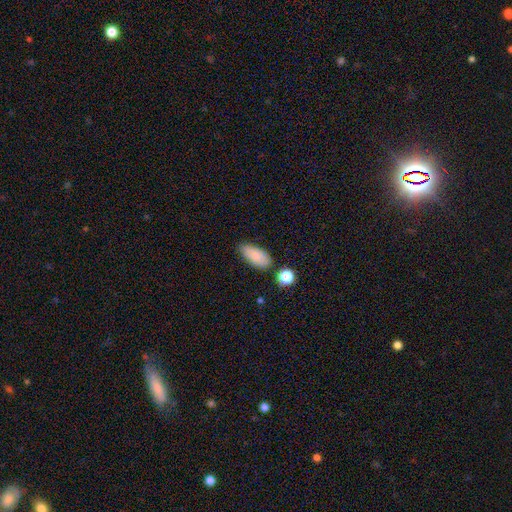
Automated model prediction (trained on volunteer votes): smooth 84%, star or artifact 8%, featured or disk 8%. Down the decision tree: how rounded — in between (88%); merging — none (72%).